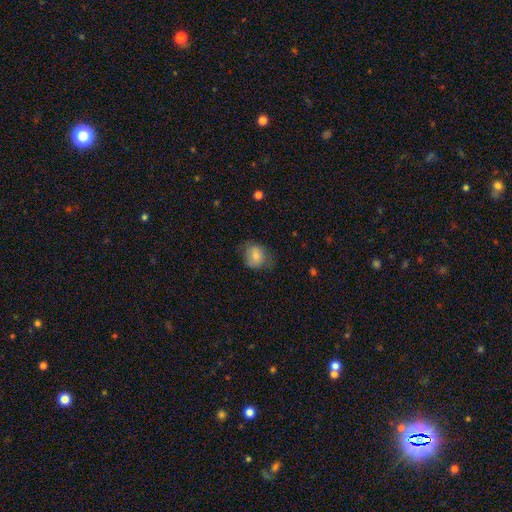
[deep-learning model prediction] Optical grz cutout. It shows a smooth galaxy with no disk features (75%) that is round (62%). Merging: none (60%).